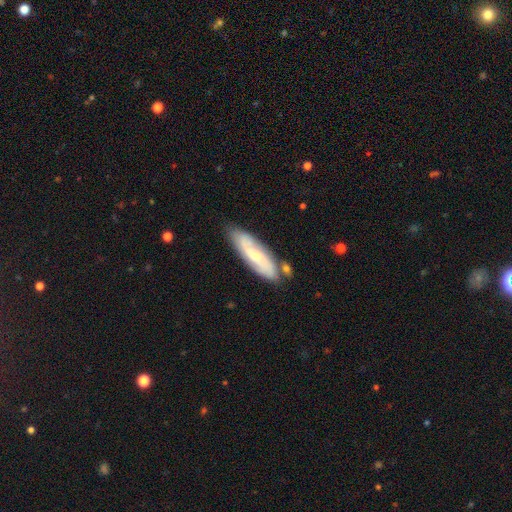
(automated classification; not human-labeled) smooth-or-featured: featured or disk: 55% | smooth: 39% | star or artifact: 6%
  disk-edge-on: no: 78% | yes: 22%
  merging: none: 75% | minor disturbance: 16% | merger: 6% | major disturbance: 3%